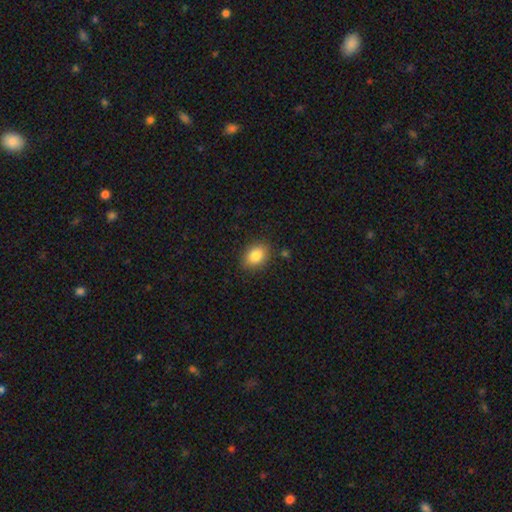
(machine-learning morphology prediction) smooth 84%, star or artifact 9%, featured or disk 7%. Down the decision tree: how rounded — in between (73%); merging — none (86%).